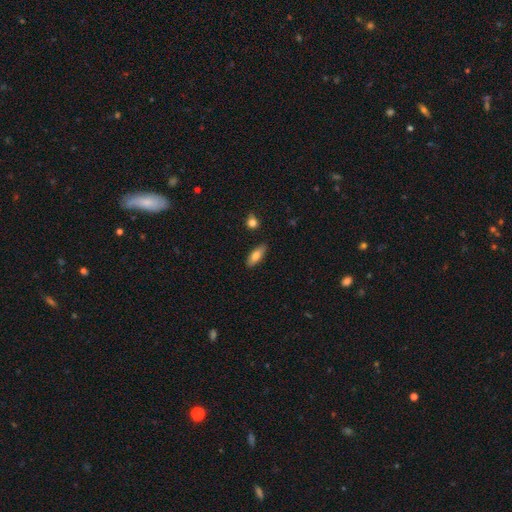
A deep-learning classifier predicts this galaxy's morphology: Smooth or featured? Predicted: smooth (p=0.77). How rounded? Predicted: in between (p=0.72). Merging? Predicted: none (p=0.86).